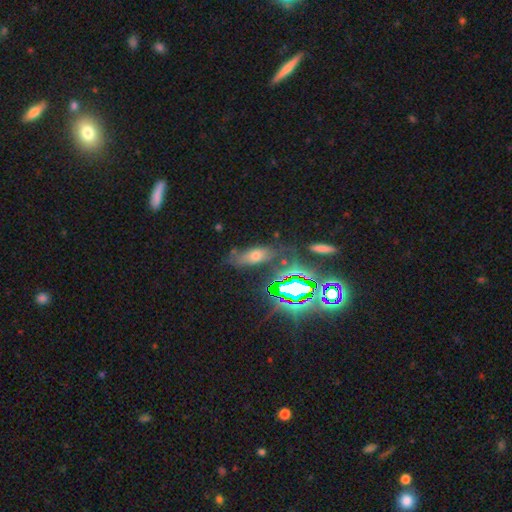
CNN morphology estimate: Smooth or featured?
  - smooth: 44% *
  - star or artifact: 34%
  - featured or disk: 21%
Merging?
  - none: 67% *
  - minor disturbance: 19%
  - major disturbance: 9%
  - merger: 5%